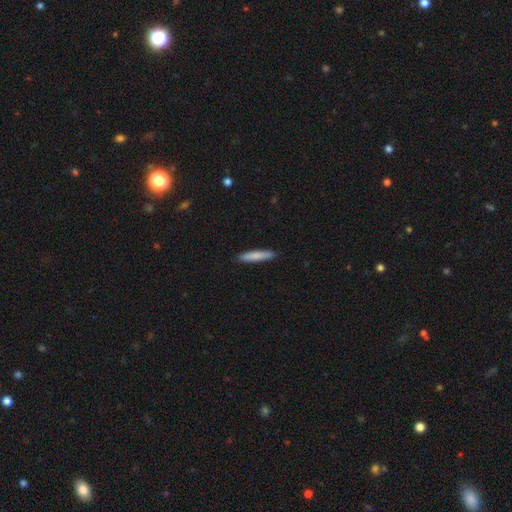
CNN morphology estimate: This is likely a smooth galaxy (80%). How rounded: clearly cigar-shaped (90%). Merging: clearly none (90%).